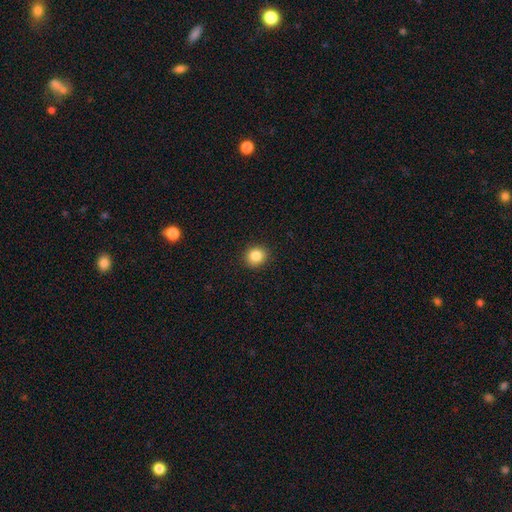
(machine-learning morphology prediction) Smooth or featured? smooth (86%)
How rounded? round (84%)
Merging? none (91%)